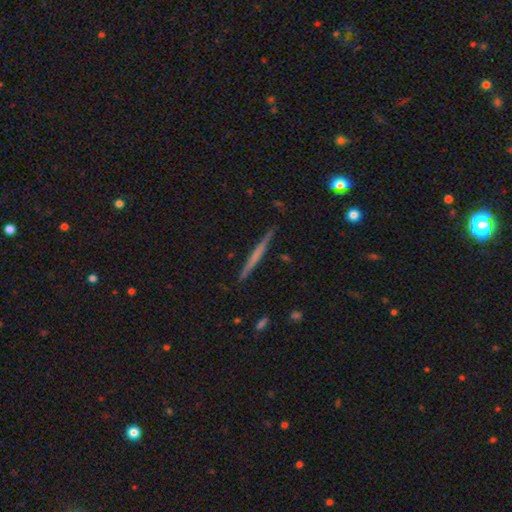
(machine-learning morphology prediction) This appears to be a featured or disk galaxy (53%) viewed edge-on (98%) with no central bulge (83%). Merging: none (90%).